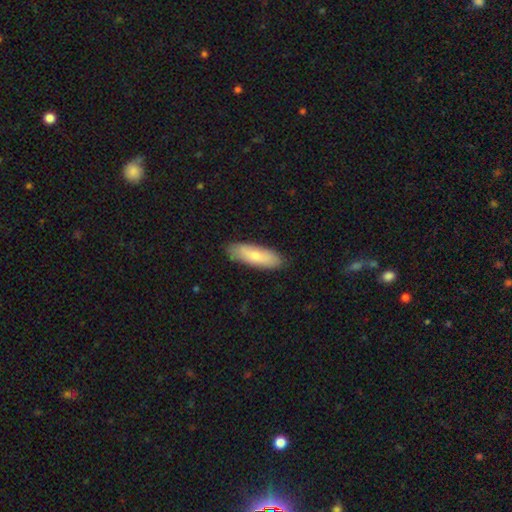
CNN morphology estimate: Q: Smooth or featured?
A: smooth (73%); runner-up: featured or disk (21%)
Q: How rounded?
A: in between (54%); runner-up: cigar-shaped (44%)
Q: Merging?
A: none (86%); runner-up: minor disturbance (11%)